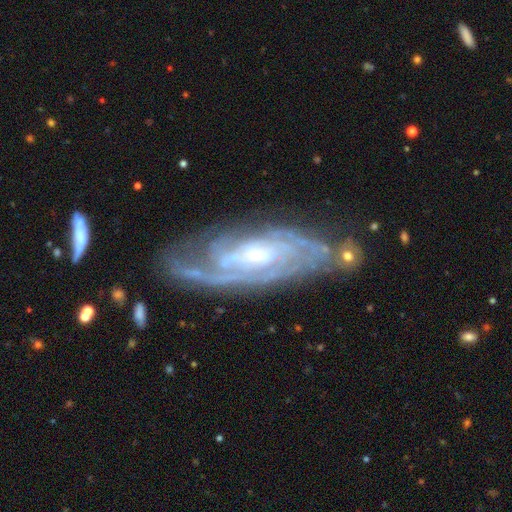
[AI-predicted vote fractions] The model was most divided on "spiral arm count": can't tell: 31%, 2: 26%, 3: 21%, 4: 11%, more than 4: 6%, 1: 6%. More confident: spiral arms — yes (97%); edge-on disk — no (90%); smooth or featured — featured or disk (88%); merging — none (68%); spiral winding — tight (65%); bulge size — small (62%); bar — no (54%).